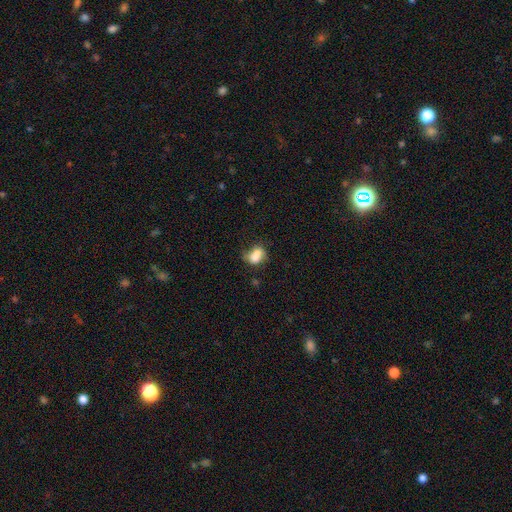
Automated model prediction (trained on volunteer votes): This is likely a smooth galaxy (70%). How rounded: likely in between (70%). Merging: marginally none (35%).